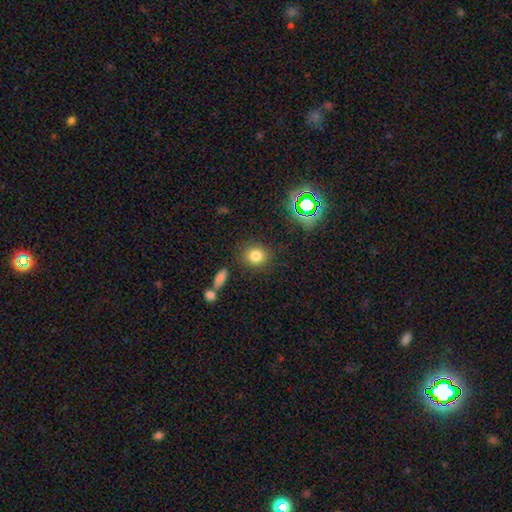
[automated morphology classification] Smooth or featured? smooth (79%)
How rounded? round (81%)
Merging? none (84%)